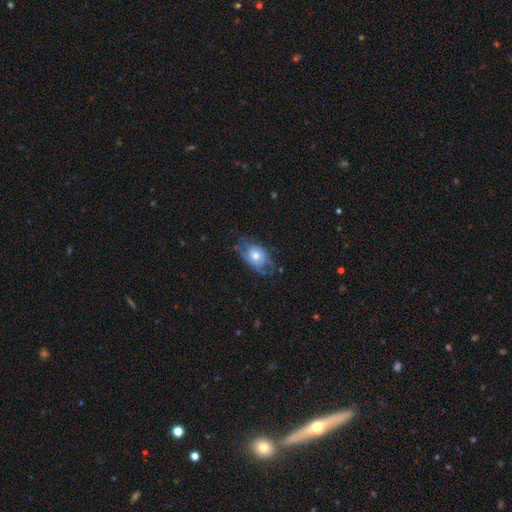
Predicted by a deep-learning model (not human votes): Morphology: type=featured or disk (55%); edge-on=no (93%); bar=no (84%); spiral arms=yes (65%); bulge=moderate (64%); merging=none (52%).